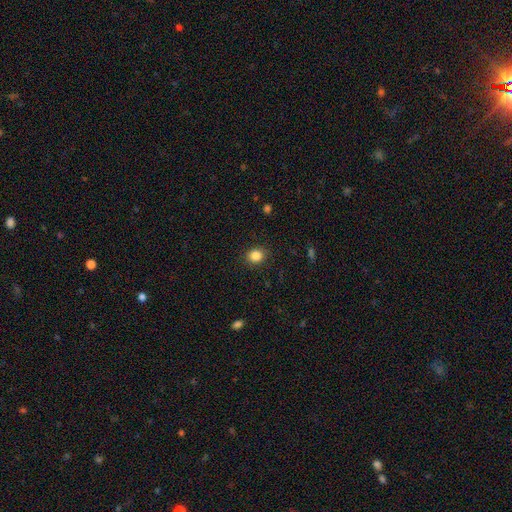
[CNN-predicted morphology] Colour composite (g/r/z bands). It shows a smooth galaxy with no disk features (85%) that is round (73%). Merging: none (89%).